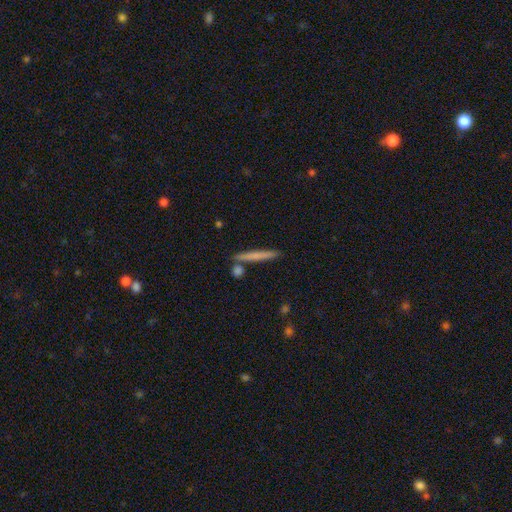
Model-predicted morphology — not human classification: type=smooth (66%); roundness=cigar-shaped (95%); merging=none (82%).